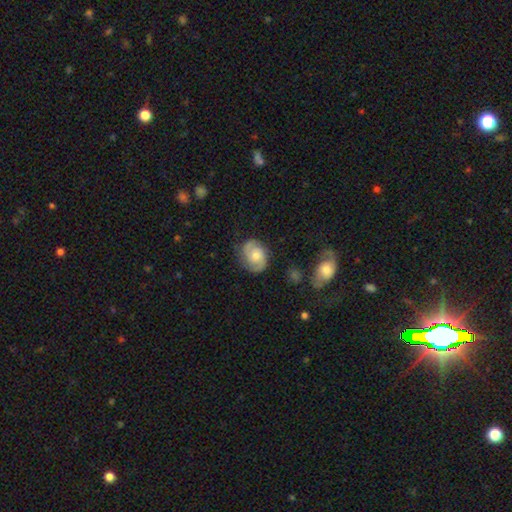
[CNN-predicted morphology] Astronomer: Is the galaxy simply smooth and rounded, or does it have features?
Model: featured or disk — 73%.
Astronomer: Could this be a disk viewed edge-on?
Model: no — 98%.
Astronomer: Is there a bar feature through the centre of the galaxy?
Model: no — 71%.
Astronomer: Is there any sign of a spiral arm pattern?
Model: yes — 94%.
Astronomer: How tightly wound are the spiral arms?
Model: medium — 44% (runner-up: tight, 42%).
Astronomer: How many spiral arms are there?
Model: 2 — 83%.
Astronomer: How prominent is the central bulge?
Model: moderate — 53% (runner-up: small, 39%).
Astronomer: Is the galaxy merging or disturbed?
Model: none — 77%.